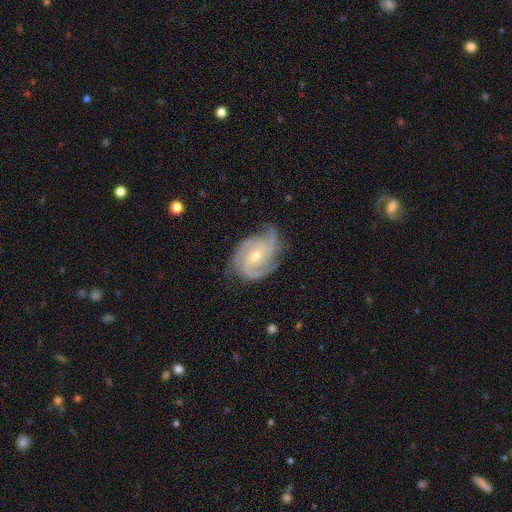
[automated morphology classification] smooth-or-featured: featured or disk: 86% | smooth: 8% | star or artifact: 5%
  disk-edge-on: no: 97% | yes: 3%
    bar: no: 57% | weak: 33% | strong: 10%
    has-spiral-arms: yes: 96% | no: 4%
      spiral-winding: tight: 46% | medium: 42% | loose: 12%
      spiral-arm-count: 3: 43% | 2: 25% | can't tell: 14% | 4: 9% | 1: 4% | more than 4: 4%
    bulge-size: small: 53% | moderate: 45% | large: 1% | none: 1% | dominant: 1%
  merging: none: 64% | minor disturbance: 25% | major disturbance: 9% | merger: 1%